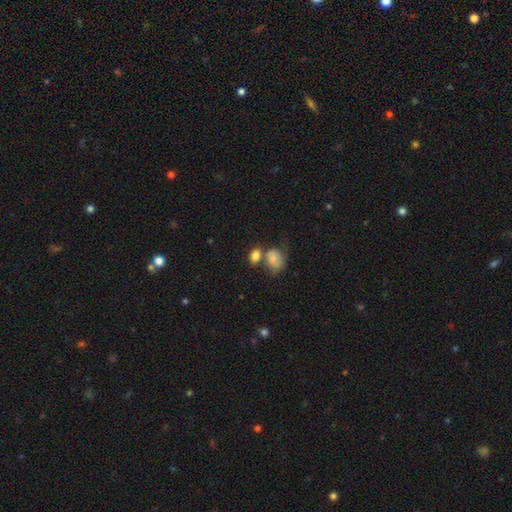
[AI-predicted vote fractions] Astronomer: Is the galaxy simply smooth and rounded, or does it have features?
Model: smooth — 77%.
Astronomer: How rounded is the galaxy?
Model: in between — 75%.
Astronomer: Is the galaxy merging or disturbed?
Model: merger — 41% (runner-up: none, 39%).